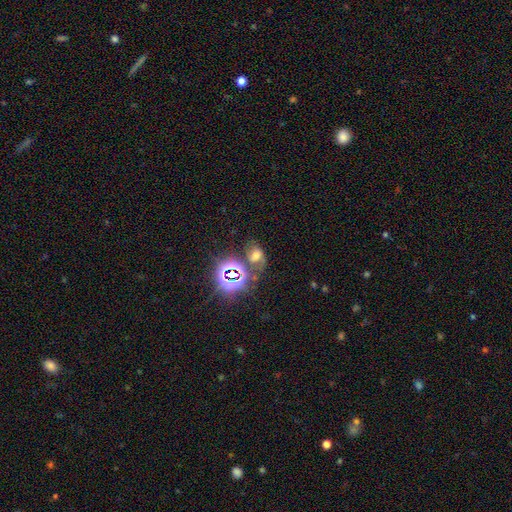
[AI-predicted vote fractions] A star or artifact, not a galaxy (39%).

Vote fractions:
- Smooth or featured? star or artifact: 39% / smooth: 36% / featured or disk: 25%